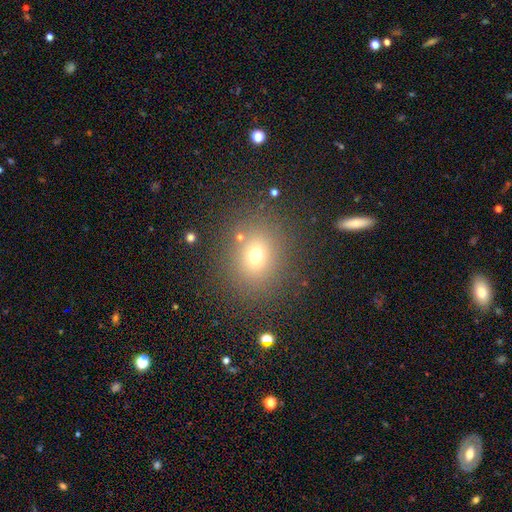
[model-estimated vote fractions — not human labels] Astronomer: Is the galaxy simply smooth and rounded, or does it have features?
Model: smooth — 69%.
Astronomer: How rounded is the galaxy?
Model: round — 68%.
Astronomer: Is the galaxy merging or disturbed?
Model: none — 83%.